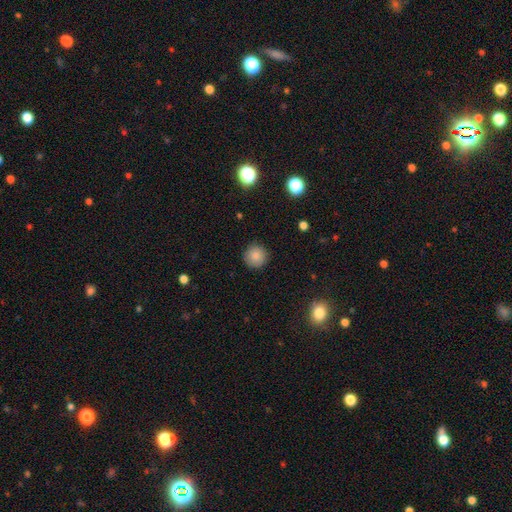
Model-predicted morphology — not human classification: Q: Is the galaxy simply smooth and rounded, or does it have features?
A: smooth — 86%.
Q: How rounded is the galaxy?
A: round — 95%.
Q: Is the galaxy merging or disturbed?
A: none — 90%.